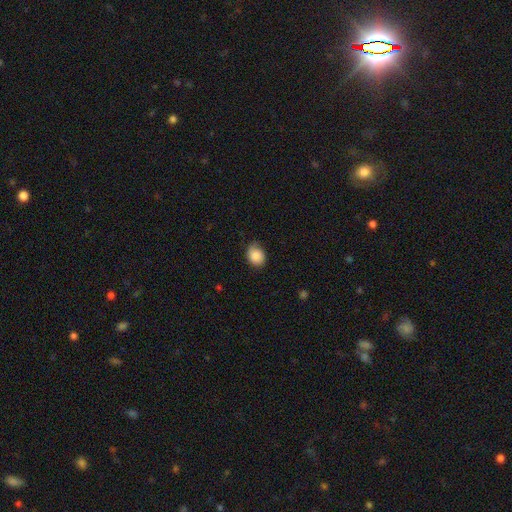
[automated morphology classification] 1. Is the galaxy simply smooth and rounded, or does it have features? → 86% smooth, 8% star or artifact, 6% featured or disk.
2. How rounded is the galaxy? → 56% round, 44% in between, 1% cigar-shaped.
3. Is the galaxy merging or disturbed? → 65% none, 29% minor disturbance, 5% major disturbance, 1% merger.